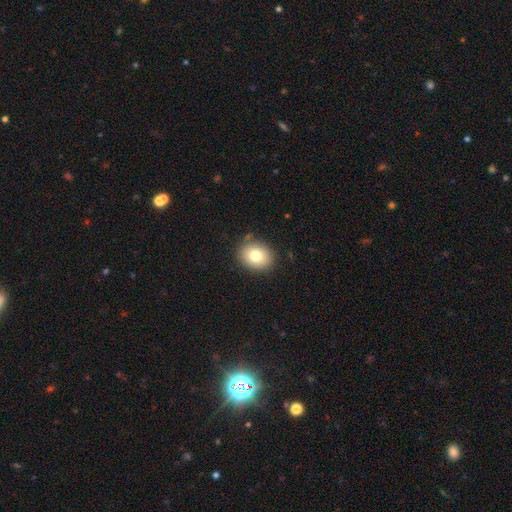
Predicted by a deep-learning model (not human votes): smooth_or_featured: smooth (p=0.79) [alt: featured or disk p=0.11]
how_rounded: round (p=0.55) [alt: in between p=0.44]
merging: none (p=0.87) [alt: minor disturbance p=0.09]